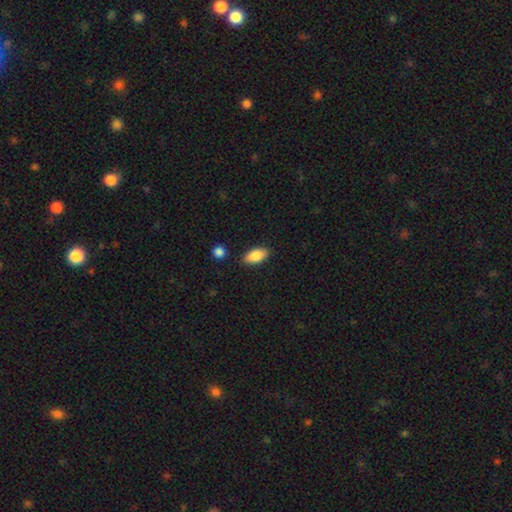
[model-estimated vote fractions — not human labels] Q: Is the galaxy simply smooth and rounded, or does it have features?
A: smooth — 85%.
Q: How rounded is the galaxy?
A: in between — 90%.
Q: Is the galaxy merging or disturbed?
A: none — 84%.